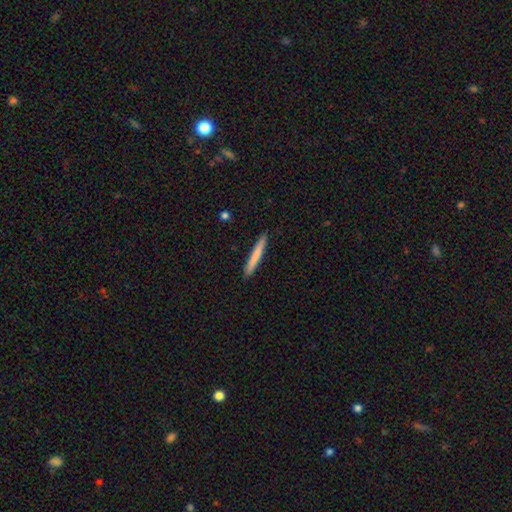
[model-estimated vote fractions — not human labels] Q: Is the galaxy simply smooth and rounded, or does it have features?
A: smooth — 73%.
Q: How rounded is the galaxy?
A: cigar-shaped — 97%.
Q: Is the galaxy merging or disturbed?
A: none — 92%.